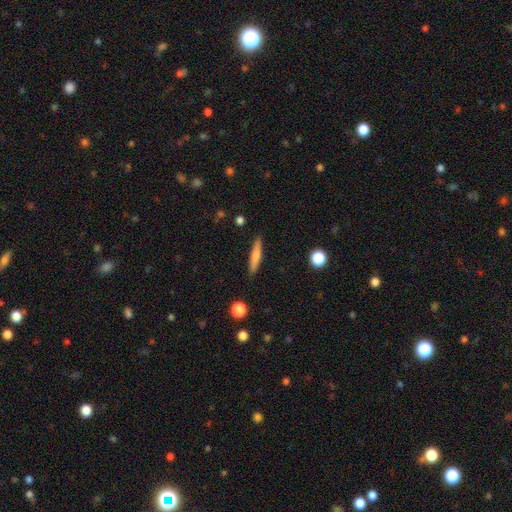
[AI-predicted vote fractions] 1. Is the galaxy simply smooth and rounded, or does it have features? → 71% smooth, 23% featured or disk, 6% star or artifact.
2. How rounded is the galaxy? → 90% cigar-shaped, 8% in between, 2% round.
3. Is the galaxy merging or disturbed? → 89% none, 8% minor disturbance, 2% major disturbance, 1% merger.